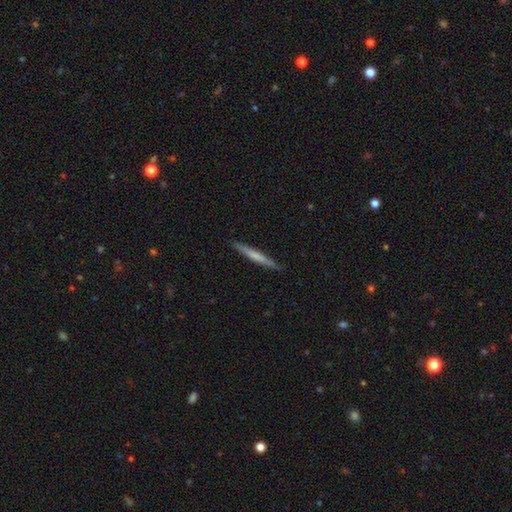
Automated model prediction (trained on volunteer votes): Smooth or featured?
  - smooth: 57% *
  - featured or disk: 38%
  - star or artifact: 5%
How rounded?
  - cigar-shaped: 96% *
  - in between: 2%
  - round: 1%
Merging?
  - none: 90% *
  - minor disturbance: 8%
  - major disturbance: 1%
  - merger: 1%